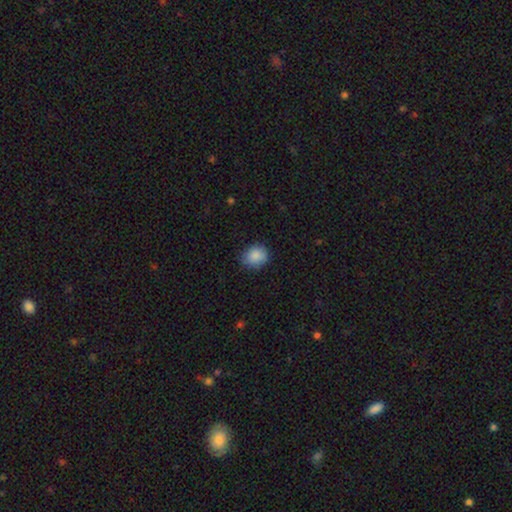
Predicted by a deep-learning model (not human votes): smooth_or_featured: smooth (p=0.87) [alt: star or artifact p=0.08]
how_rounded: round (p=0.67) [alt: in between p=0.32]
merging: none (p=0.75) [alt: minor disturbance p=0.20]